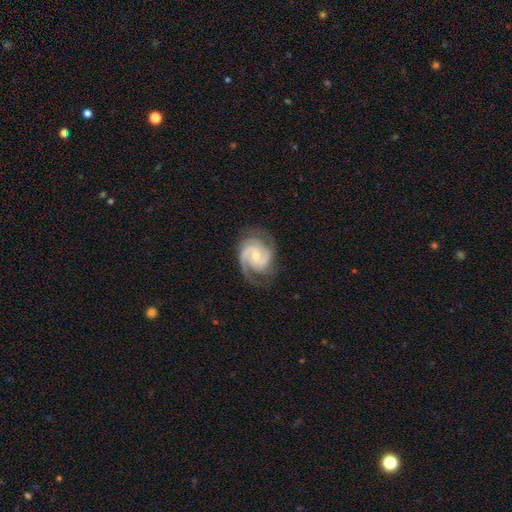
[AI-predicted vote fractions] featured or disk 91%, smooth 5%, star or artifact 4%. Down the decision tree: edge-on disk — no (98%); bar — no (57%); spiral arms — yes (98%); spiral arm count — 2 (58%); spiral winding — tight (47%); bulge size — small (57%); merging — none (73%).